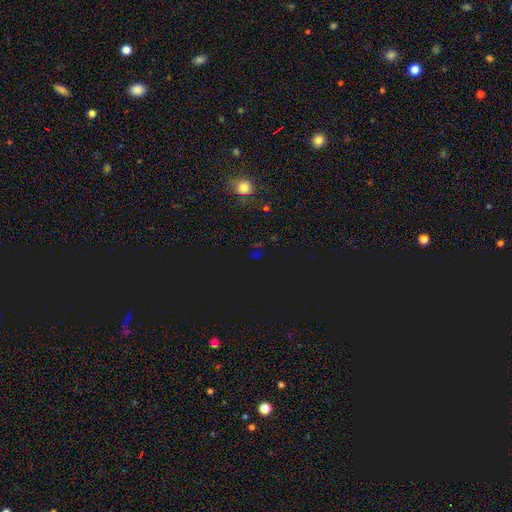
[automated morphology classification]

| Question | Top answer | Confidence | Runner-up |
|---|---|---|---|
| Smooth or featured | star or artifact | 72% | smooth (20%) |